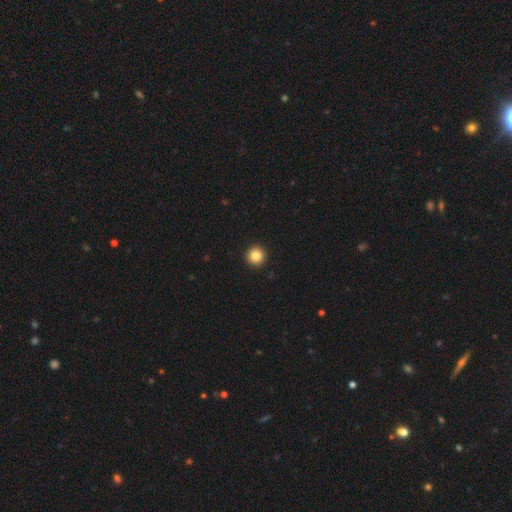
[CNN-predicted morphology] type=smooth (85%); roundness=round (96%); merging=none (94%).